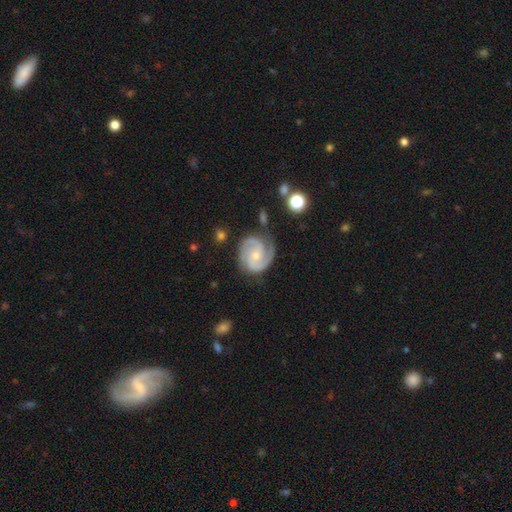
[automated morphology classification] A featured or disk galaxy (90%) with no bar (63%), 2 (83%) tight (47%) spiral arms (98%) and a small central bulge (64%). Merging: none (73%).